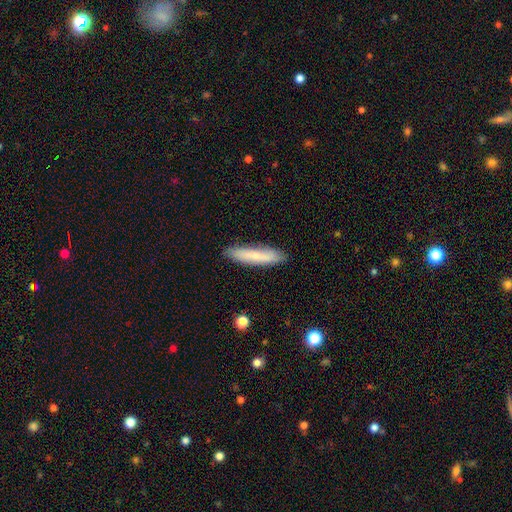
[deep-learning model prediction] Q: Smooth or featured?
A: smooth (70%); runner-up: featured or disk (23%)
Q: How rounded?
A: cigar-shaped (86%); runner-up: in between (13%)
Q: Merging?
A: none (87%); runner-up: minor disturbance (10%)